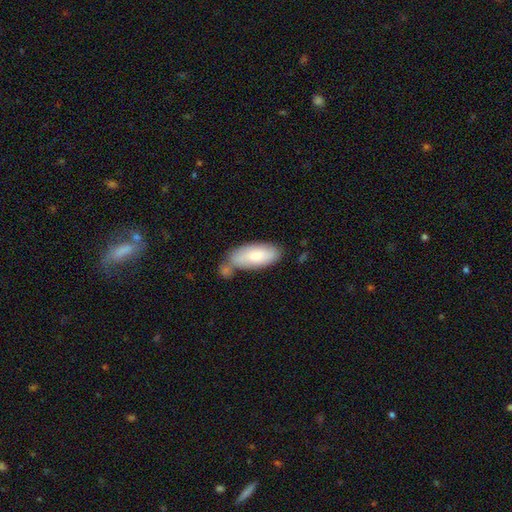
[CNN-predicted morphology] smooth 77%, featured or disk 18%, star or artifact 5%. Down the decision tree: how rounded — in between (85%); merging — none (49%).